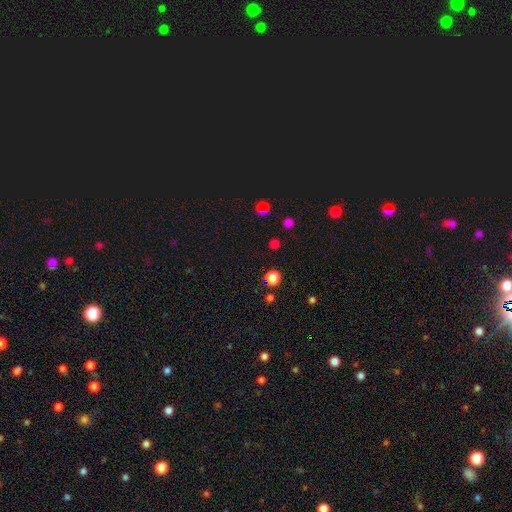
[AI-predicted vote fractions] The model was most divided on "smooth or featured": star or artifact: 49%, smooth: 44%, featured or disk: 6%.